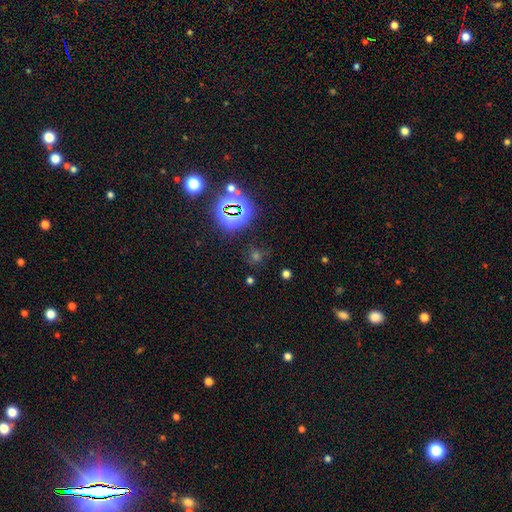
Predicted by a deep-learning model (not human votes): Smooth or featured? star or artifact (56%)